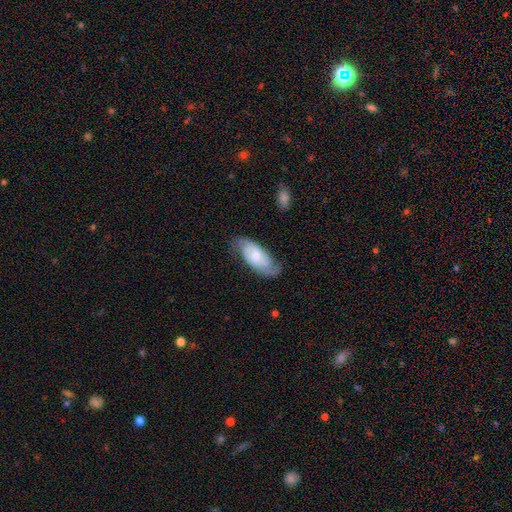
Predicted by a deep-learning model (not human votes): A featured or disk galaxy (66%) with no bar (62%), 2 (75%) medium (40%, tied with tight) spiral arms (86%) and a moderate central bulge (56%). Merging: none (70%).